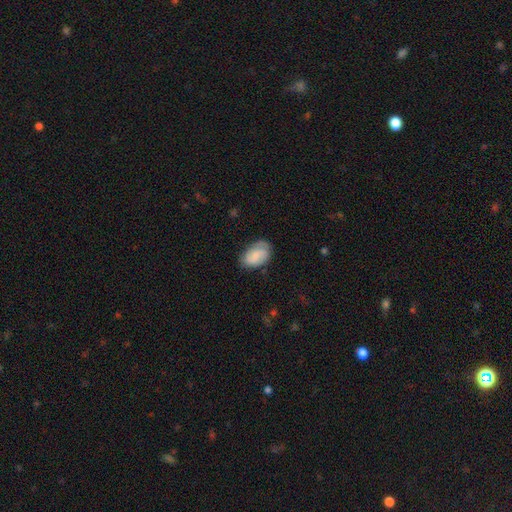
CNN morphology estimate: The model was most divided on "smooth or featured": smooth: 66%, featured or disk: 27%, star or artifact: 7%. More confident: how rounded — in between (90%); merging — none (66%).